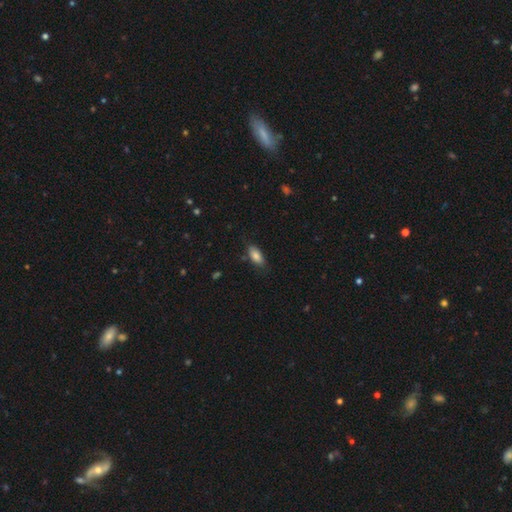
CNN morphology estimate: A smooth galaxy with no disk features (82%) that is in between round and cigar-shaped (87%).

Vote fractions:
- Smooth or featured? smooth: 82% / featured or disk: 10% / star or artifact: 7%
- How rounded? in between: 87% / cigar-shaped: 11% / round: 2%
- Merging? none: 77% / minor disturbance: 18% / major disturbance: 4% / merger: 2%